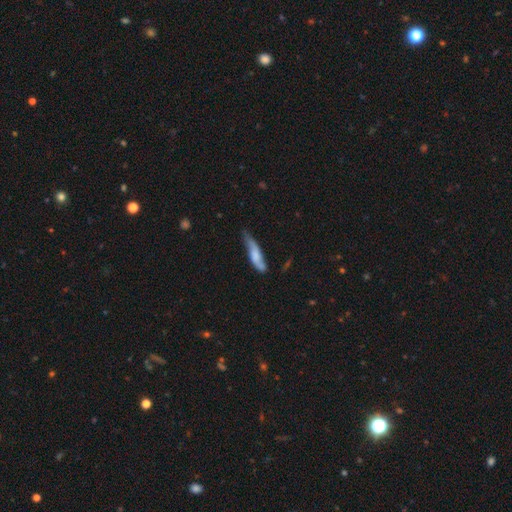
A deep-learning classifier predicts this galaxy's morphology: Smooth or featured? smooth (58%)
How rounded? cigar-shaped (70%)
Merging? none (43%)